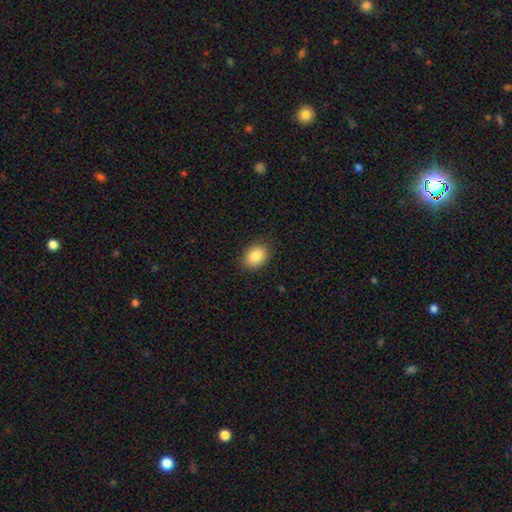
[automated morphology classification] Smooth or featured: smooth — 86% (star or artifact — 8%)
How rounded: in between — 69% (round — 30%)
Merging: none — 87% (minor disturbance — 10%)